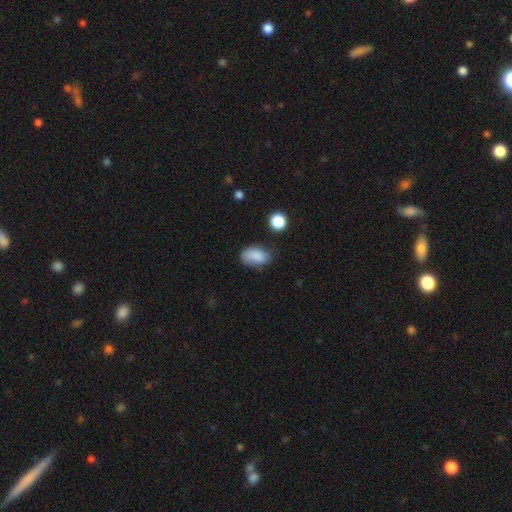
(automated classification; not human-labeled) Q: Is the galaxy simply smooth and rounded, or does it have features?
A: smooth — 83%.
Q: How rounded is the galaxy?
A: in between — 89%.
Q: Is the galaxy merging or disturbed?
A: none — 62%.